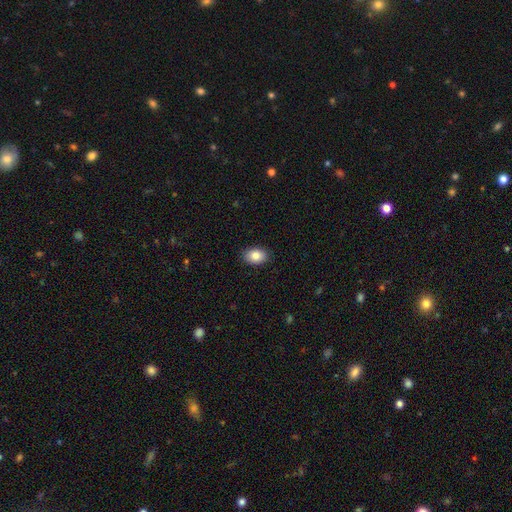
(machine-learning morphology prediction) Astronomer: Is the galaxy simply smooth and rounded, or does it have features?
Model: smooth — 85%.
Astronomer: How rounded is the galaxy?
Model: in between — 84%.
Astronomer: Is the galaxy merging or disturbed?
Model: none — 89%.